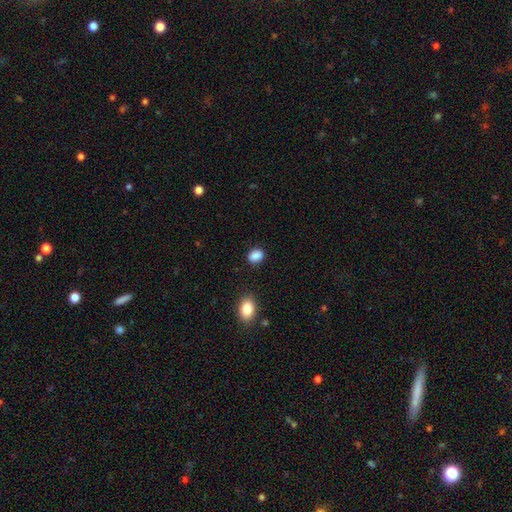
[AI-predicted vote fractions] The model was most divided on "how rounded": in between: 69%, round: 29%, cigar-shaped: 1%. More confident: smooth or featured — smooth (88%); merging — none (85%).